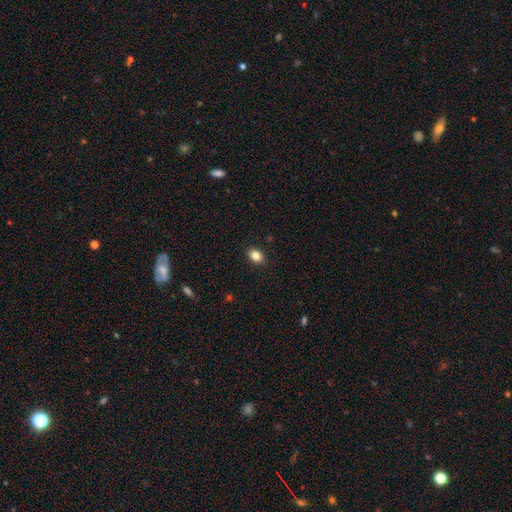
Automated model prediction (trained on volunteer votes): smooth 84%, star or artifact 9%, featured or disk 6%. Down the decision tree: how rounded — in between (76%); merging — none (90%).